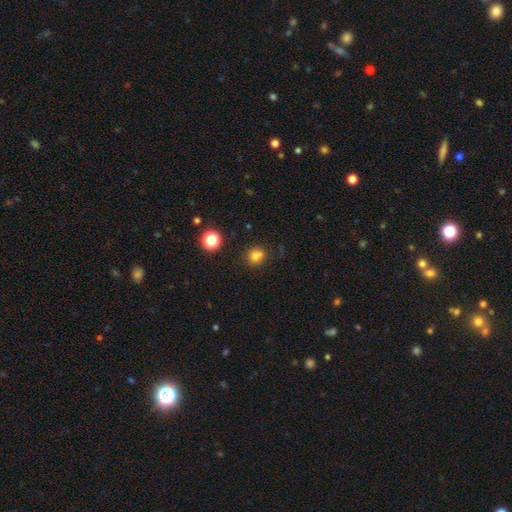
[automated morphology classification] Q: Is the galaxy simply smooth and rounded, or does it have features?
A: smooth — 79%.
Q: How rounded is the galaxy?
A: round — 82%.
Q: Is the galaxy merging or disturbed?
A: none — 70%.